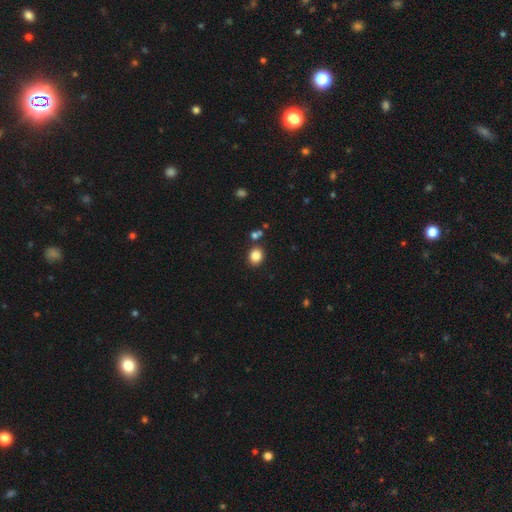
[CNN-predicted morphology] type=smooth (84%); roundness=round (63%); merging=none (84%).